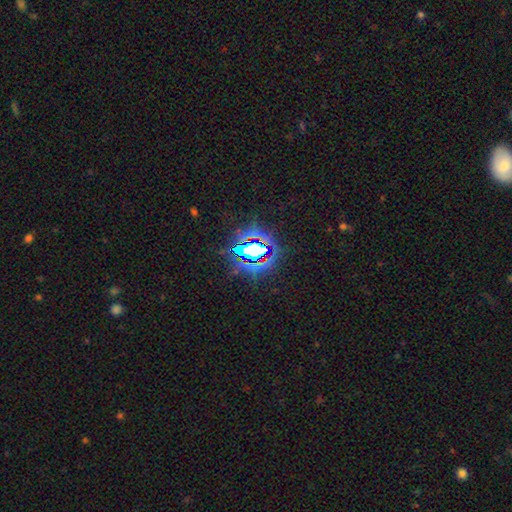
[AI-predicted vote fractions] A star or artifact, not a galaxy (74%).